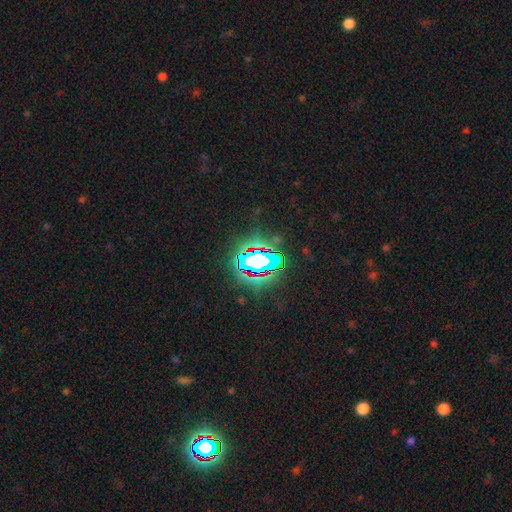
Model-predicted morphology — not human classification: smooth_or_featured: star or artifact (p=0.74) [alt: smooth p=0.15]